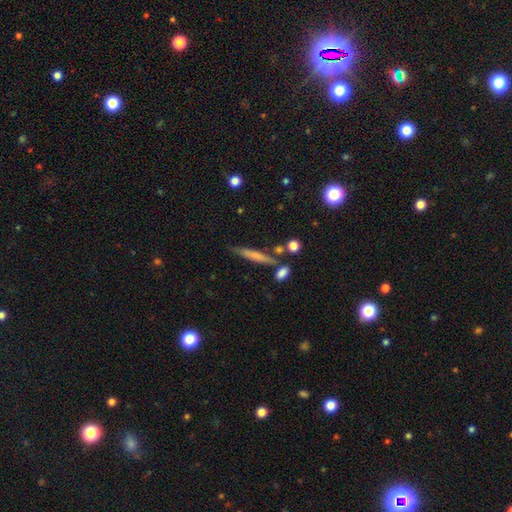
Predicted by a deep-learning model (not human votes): Smooth or featured? Predicted: smooth (p=0.62). How rounded? Predicted: cigar-shaped (p=0.90). Merging? Predicted: none (p=0.72).